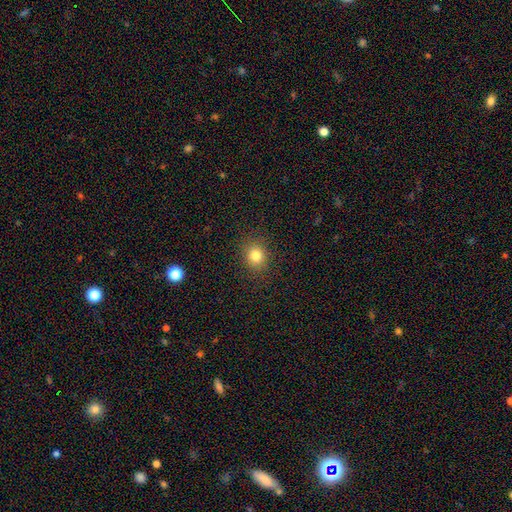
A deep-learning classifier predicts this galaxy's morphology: type=smooth (81%); roundness=round (79%); merging=none (89%).